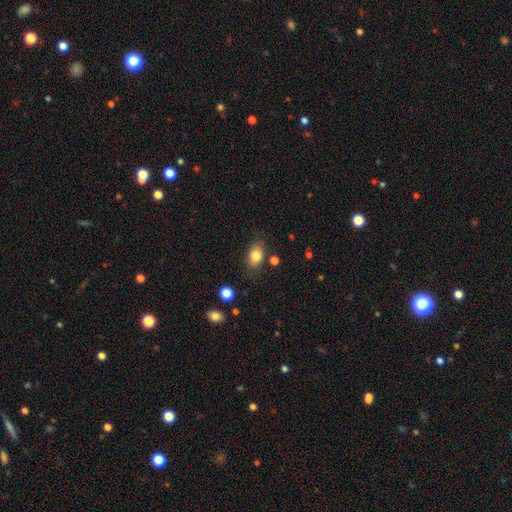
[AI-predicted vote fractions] smooth-or-featured: smooth: 82% | featured or disk: 9% | star or artifact: 9%
  how-rounded: in between: 83% | round: 15% | cigar-shaped: 2%
  merging: none: 79% | minor disturbance: 14% | major disturbance: 4% | merger: 3%